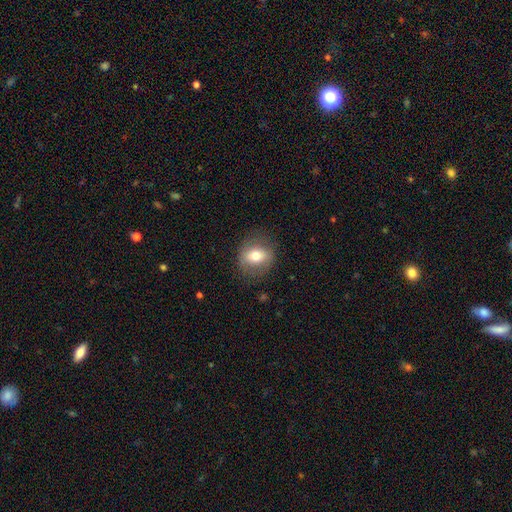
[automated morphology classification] smooth 67%, featured or disk 24%, star or artifact 9%. Down the decision tree: how rounded — round (58%); merging — none (78%).